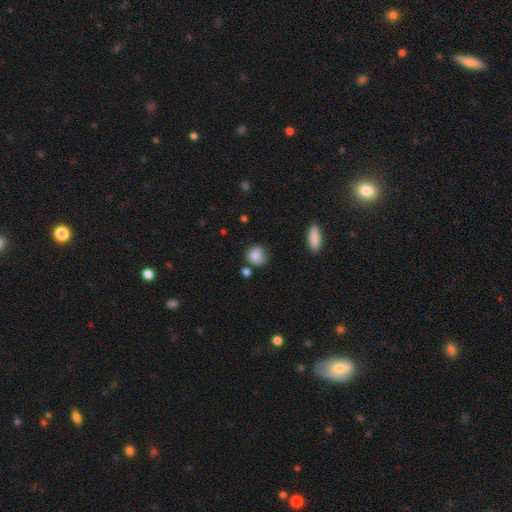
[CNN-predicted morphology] A smooth galaxy with no disk features (84%) that is round (80%). Merging: none (64%).